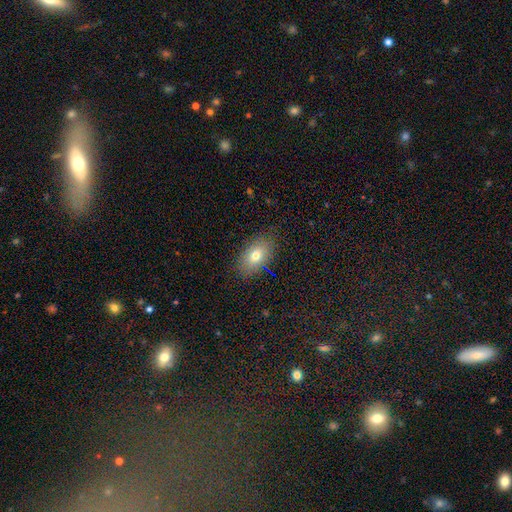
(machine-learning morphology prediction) A smooth galaxy with no disk features (75%) that is in between round and cigar-shaped (89%).

Vote fractions:
- Smooth or featured? smooth: 75% / featured or disk: 15% / star or artifact: 9%
- How rounded? in between: 89% / round: 9% / cigar-shaped: 2%
- Merging? none: 85% / minor disturbance: 11% / major disturbance: 3% / merger: 1%